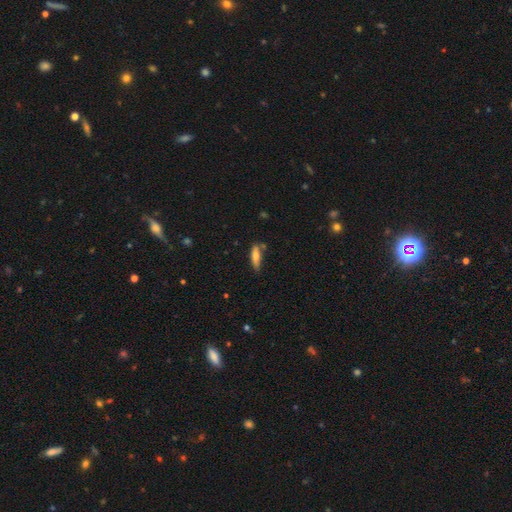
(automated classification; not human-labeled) Smooth or featured: smooth — 69% (featured or disk — 24%)
How rounded: cigar-shaped — 58% (in between — 40%)
Merging: none — 64% (minor disturbance — 24%)